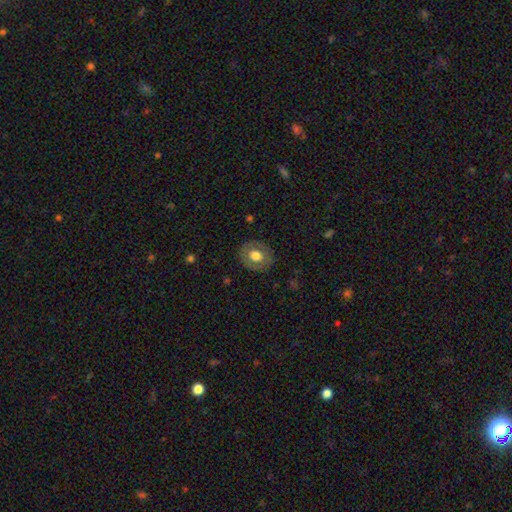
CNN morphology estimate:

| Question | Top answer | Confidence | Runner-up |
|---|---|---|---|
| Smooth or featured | smooth | 62% | featured or disk (31%) |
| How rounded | round | 68% | in between (31%) |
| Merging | none | 85% | minor disturbance (10%) |